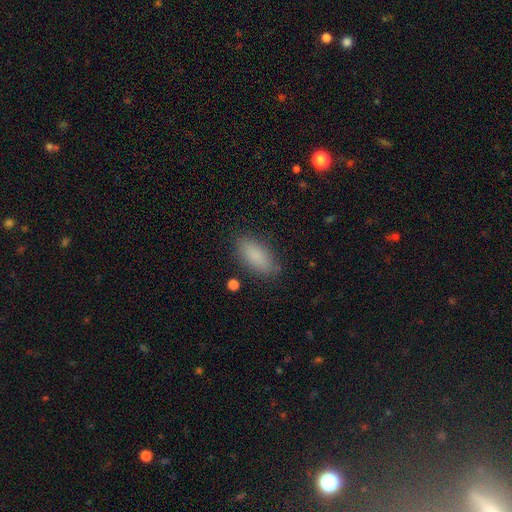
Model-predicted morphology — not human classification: This is clearly a smooth galaxy (86%). How rounded: clearly in between (85%). Merging: clearly none (83%).